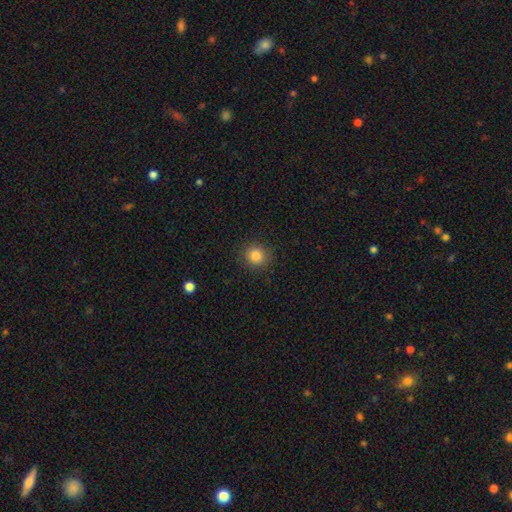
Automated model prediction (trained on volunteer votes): Smooth or featured?
  - smooth: 84% *
  - star or artifact: 11%
  - featured or disk: 5%
How rounded?
  - round: 87% *
  - in between: 12%
  - cigar-shaped: 1%
Merging?
  - none: 90% *
  - minor disturbance: 7%
  - major disturbance: 2%
  - merger: 1%